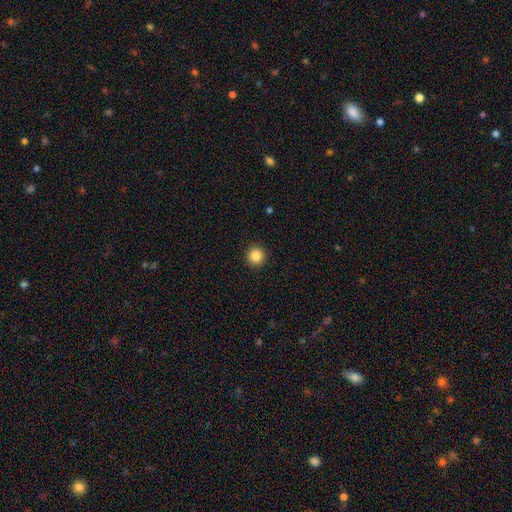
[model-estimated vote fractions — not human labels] smooth 86%, star or artifact 10%, featured or disk 4%. Down the decision tree: how rounded — round (95%); merging — none (93%).